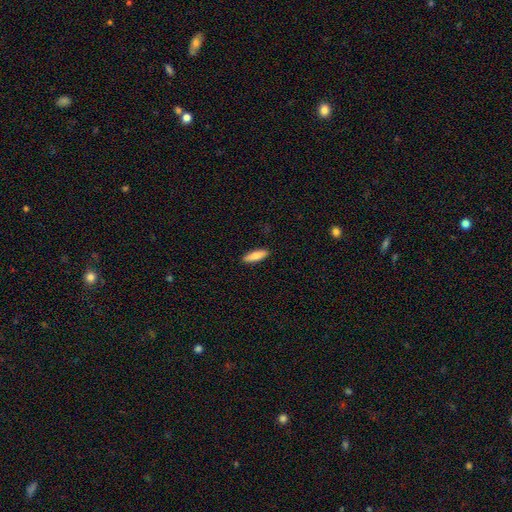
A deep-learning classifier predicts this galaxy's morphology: The model was most divided on "how rounded": in between: 50%, cigar-shaped: 48%, round: 2%. More confident: merging — none (90%); smooth or featured — smooth (82%).